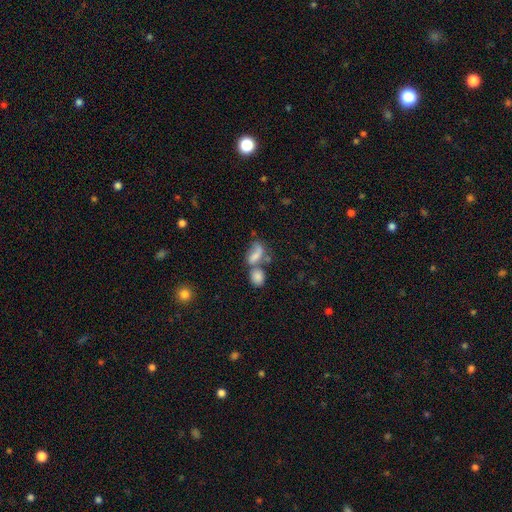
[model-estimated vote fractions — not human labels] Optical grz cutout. It shows a smooth galaxy with no disk features (64%) that is in between round and cigar-shaped (74%). Merging: merger (54%).